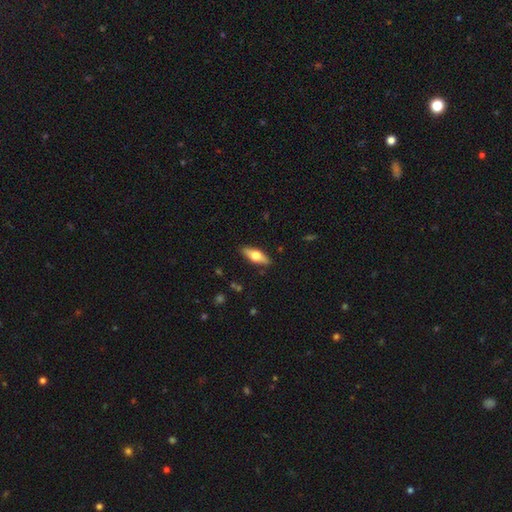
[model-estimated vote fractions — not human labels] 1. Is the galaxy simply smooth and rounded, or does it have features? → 57% smooth, 37% featured or disk, 6% star or artifact.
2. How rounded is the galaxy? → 67% in between, 30% cigar-shaped, 3% round.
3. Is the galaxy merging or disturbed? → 87% none, 10% minor disturbance, 2% major disturbance, 1% merger.